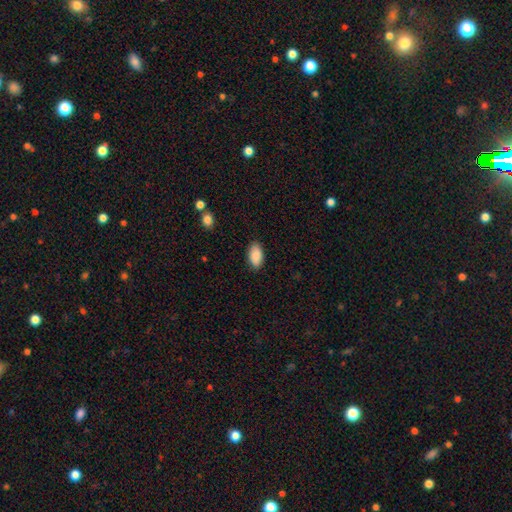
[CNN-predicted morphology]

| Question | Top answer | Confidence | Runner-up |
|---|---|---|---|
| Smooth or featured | smooth | 89% | star or artifact (7%) |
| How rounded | in between | 94% | round (3%) |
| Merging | none | 87% | minor disturbance (10%) |